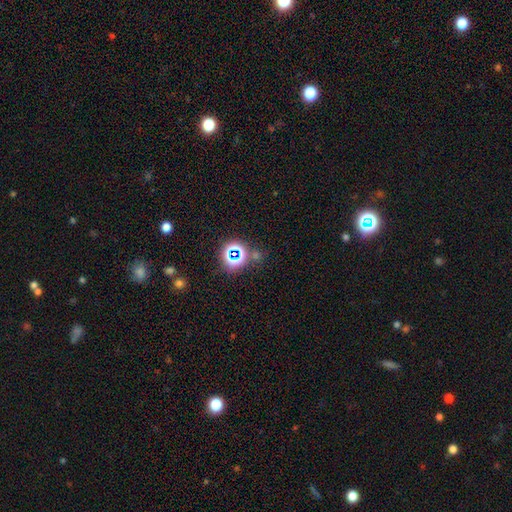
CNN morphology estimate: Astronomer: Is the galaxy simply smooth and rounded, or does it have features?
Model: star or artifact — 68%.